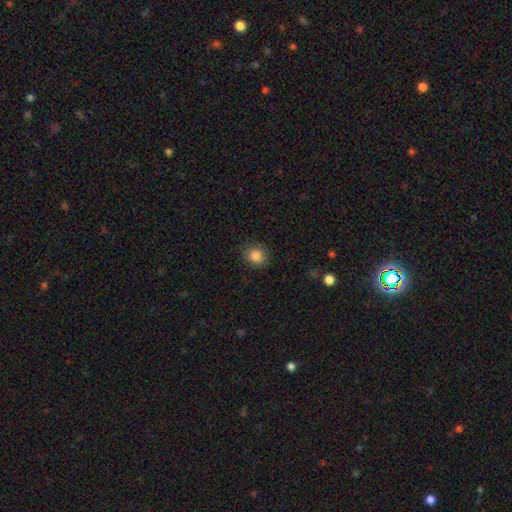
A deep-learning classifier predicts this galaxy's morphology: smooth_or_featured: smooth (p=0.86) [alt: star or artifact p=0.10]
how_rounded: round (p=0.74) [alt: in between p=0.25]
merging: none (p=0.85) [alt: minor disturbance p=0.11]